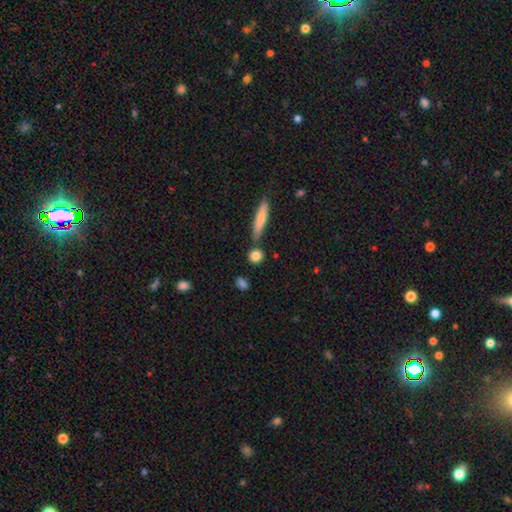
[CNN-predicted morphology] Smooth or featured? smooth (82%)
How rounded? round (72%)
Merging? none (78%)